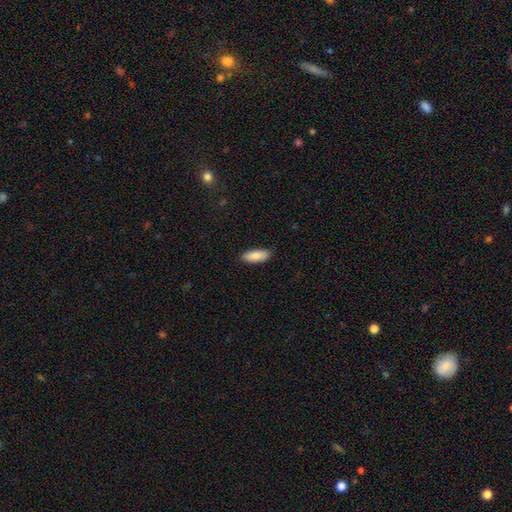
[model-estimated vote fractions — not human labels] This appears to be a smooth galaxy with no disk features (87%) that is in between round and cigar-shaped (74%). Merging: none (88%).